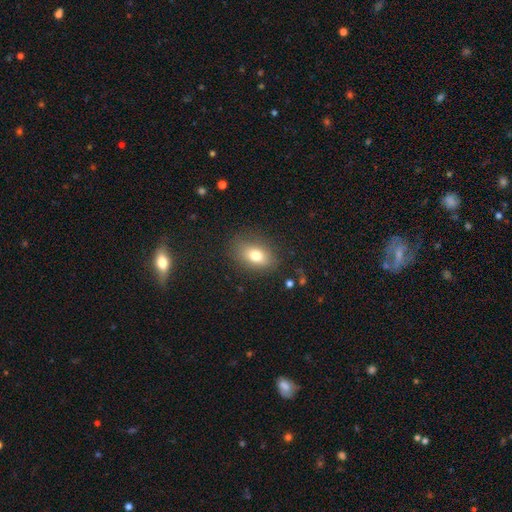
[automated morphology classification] This appears to be a smooth galaxy with no disk features (76%) that is in between round and cigar-shaped (79%). Merging: none (81%).